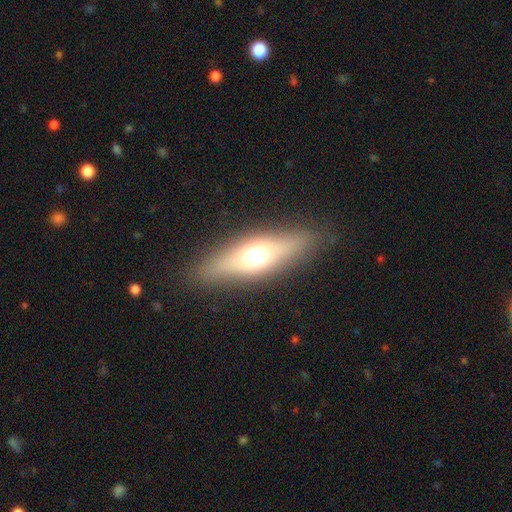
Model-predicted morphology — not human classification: Overall: smooth (51%; featured or disk 38%). How rounded: in between (52%; cigar-shaped 42%). Merging: none (86%).